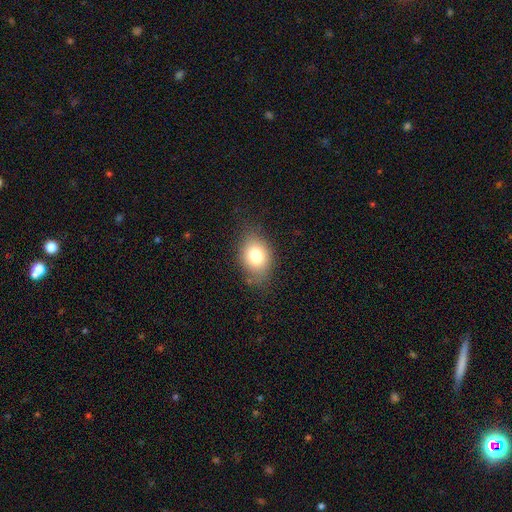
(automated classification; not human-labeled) Smooth or featured? smooth (77%)
How rounded? in between (65%)
Merging? none (74%)